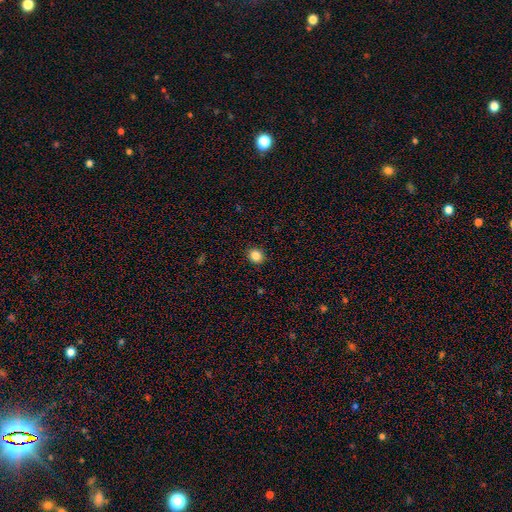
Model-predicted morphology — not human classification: Q: Smooth or featured?
A: smooth (85%); runner-up: star or artifact (11%)
Q: How rounded?
A: round (77%); runner-up: in between (22%)
Q: Merging?
A: none (91%); runner-up: minor disturbance (6%)